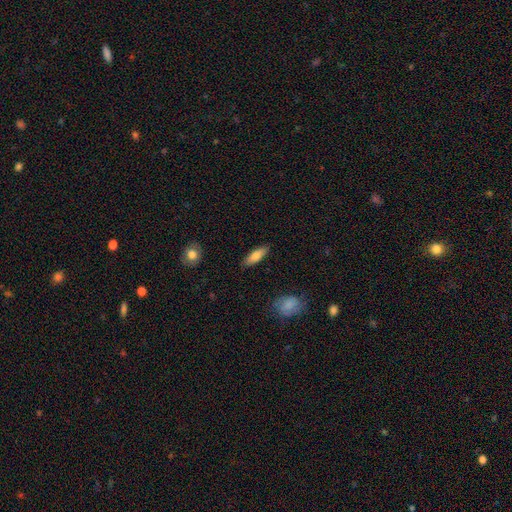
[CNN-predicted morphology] Smooth or featured?
  - smooth: 77% *
  - featured or disk: 16%
  - star or artifact: 6%
How rounded?
  - in between: 57% *
  - cigar-shaped: 41%
  - round: 2%
Merging?
  - none: 87% *
  - minor disturbance: 10%
  - major disturbance: 2%
  - merger: 1%